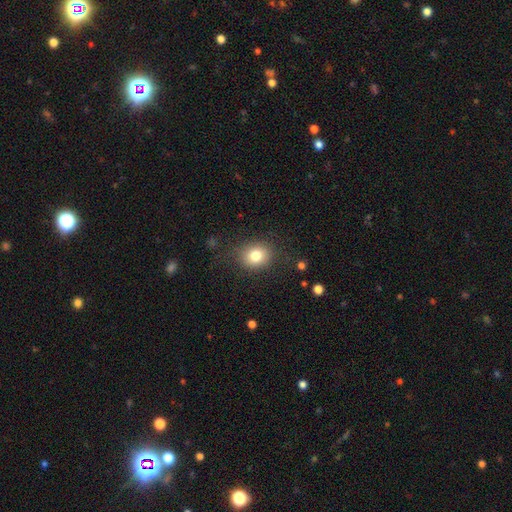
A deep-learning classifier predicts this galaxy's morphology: This appears to be a smooth galaxy with no disk features (80%) that is round (68%). Merging: none (82%).